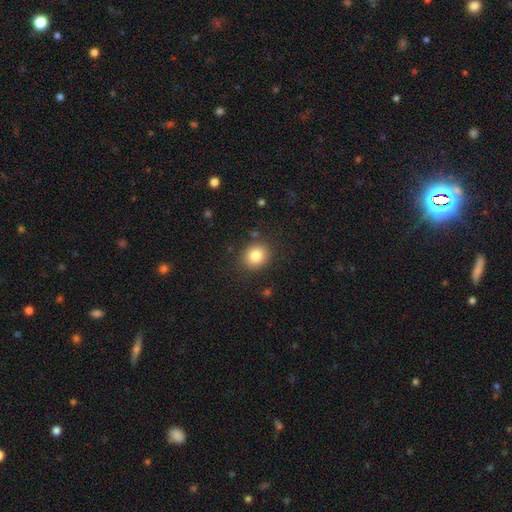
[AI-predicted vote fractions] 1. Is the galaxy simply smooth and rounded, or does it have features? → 82% smooth, 10% star or artifact, 7% featured or disk.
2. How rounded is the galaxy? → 73% round, 26% in between, 1% cigar-shaped.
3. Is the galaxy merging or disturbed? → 87% none, 9% minor disturbance, 3% major disturbance, 2% merger.